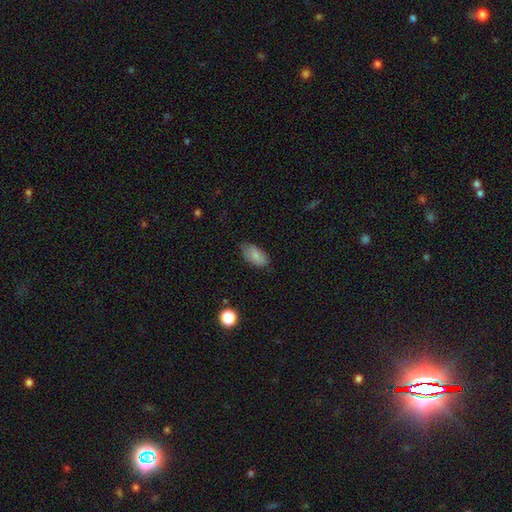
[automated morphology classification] smooth-or-featured: smooth: 83% | featured or disk: 10% | star or artifact: 8%
  how-rounded: in between: 92% | cigar-shaped: 4% | round: 3%
  merging: none: 70% | minor disturbance: 25% | major disturbance: 4% | merger: 1%